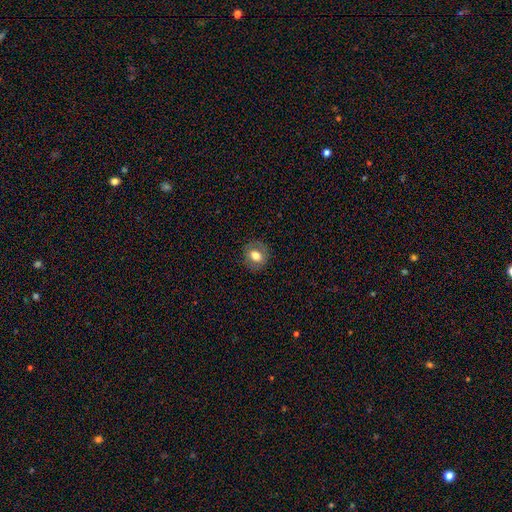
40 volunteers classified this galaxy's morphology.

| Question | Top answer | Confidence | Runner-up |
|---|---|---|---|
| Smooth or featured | smooth | 68% | featured or disk (25%) |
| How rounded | round | 78% | in between (22%) |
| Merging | none | 95% | minor disturbance (5%) |